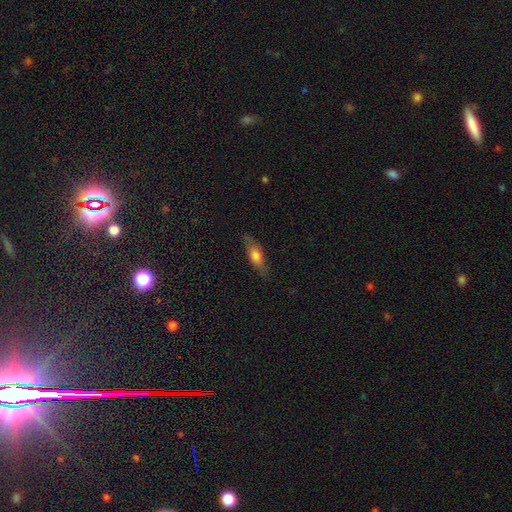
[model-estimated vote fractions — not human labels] smooth_or_featured: smooth (p=0.64) [alt: featured or disk p=0.29]
how_rounded: in between (p=0.55) [alt: cigar-shaped p=0.42]
merging: none (p=0.79) [alt: minor disturbance p=0.16]